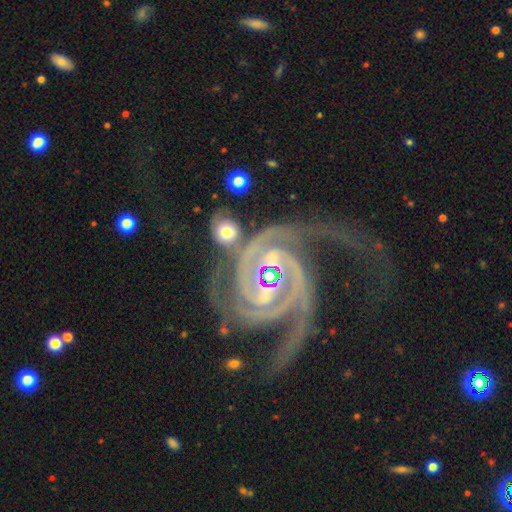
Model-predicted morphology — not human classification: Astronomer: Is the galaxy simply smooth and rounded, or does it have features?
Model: featured or disk — 93%.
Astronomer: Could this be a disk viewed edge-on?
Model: no — 98%.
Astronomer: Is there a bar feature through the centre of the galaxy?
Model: weak — 39% (runner-up: strong, 37%).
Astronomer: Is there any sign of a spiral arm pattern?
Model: yes — 99%.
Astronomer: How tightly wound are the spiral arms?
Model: tight — 54% (runner-up: medium, 39%).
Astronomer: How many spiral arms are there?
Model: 2 — 36% (runner-up: 3, 33%).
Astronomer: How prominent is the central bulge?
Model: small — 48% (runner-up: moderate, 46%).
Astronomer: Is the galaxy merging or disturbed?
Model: none — 42% (runner-up: major disturbance, 24%).